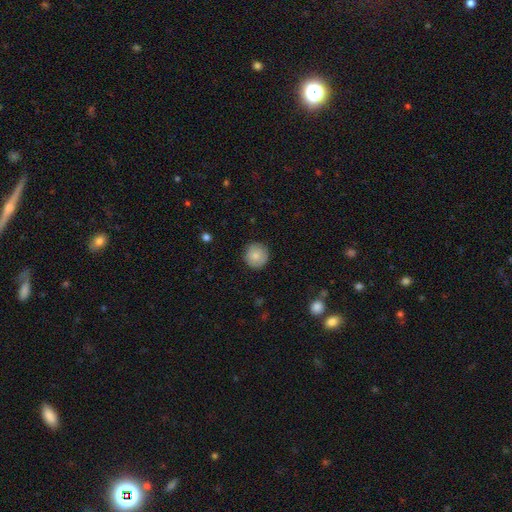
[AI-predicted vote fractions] smooth_or_featured: smooth (p=0.83) [alt: featured or disk p=0.09]
how_rounded: round (p=0.94) [alt: in between p=0.05]
merging: none (p=0.89) [alt: minor disturbance p=0.08]